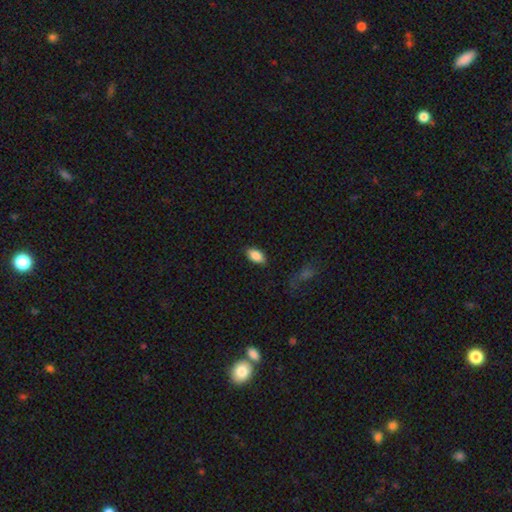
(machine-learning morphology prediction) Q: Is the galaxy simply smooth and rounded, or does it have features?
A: smooth — 87%.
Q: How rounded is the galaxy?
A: in between — 92%.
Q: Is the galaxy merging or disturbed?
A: none — 85%.